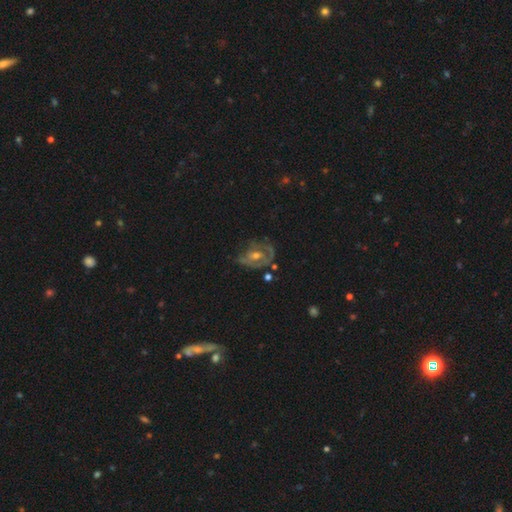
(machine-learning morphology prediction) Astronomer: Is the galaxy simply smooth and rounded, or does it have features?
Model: featured or disk — 73%.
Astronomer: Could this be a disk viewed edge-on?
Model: no — 96%.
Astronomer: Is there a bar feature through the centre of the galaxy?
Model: no — 63%.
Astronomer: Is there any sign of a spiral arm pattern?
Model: yes — 70%.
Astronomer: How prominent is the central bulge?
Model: moderate — 59%.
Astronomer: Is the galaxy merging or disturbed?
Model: none — 52%.